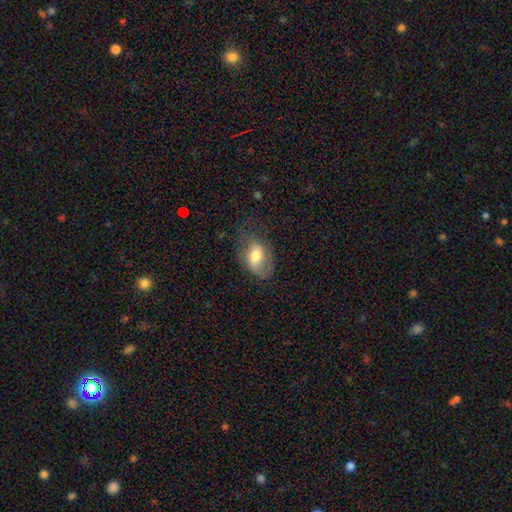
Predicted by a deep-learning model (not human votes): Q: Smooth or featured?
A: smooth (61%); runner-up: featured or disk (31%)
Q: How rounded?
A: in between (84%); runner-up: round (14%)
Q: Merging?
A: none (48%); runner-up: minor disturbance (30%)